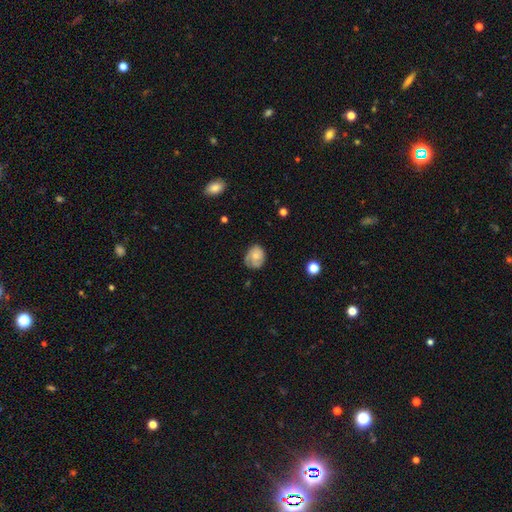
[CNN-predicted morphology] Q: Smooth or featured?
A: smooth (56%); runner-up: featured or disk (36%)
Q: How rounded?
A: round (50%); runner-up: in between (49%)
Q: Merging?
A: none (58%); runner-up: minor disturbance (30%)